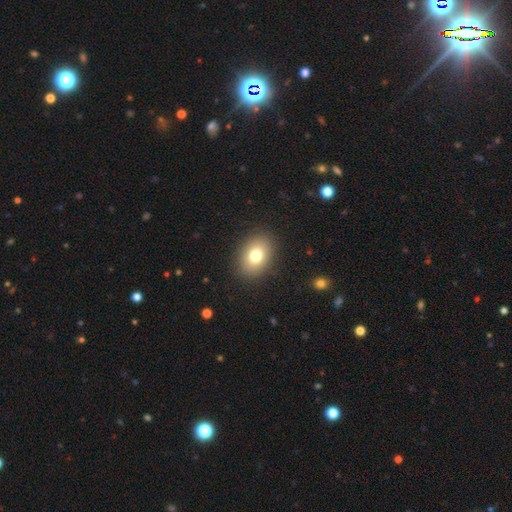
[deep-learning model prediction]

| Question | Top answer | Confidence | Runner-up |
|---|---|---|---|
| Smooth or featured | smooth | 77% | featured or disk (13%) |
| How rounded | in between | 72% | round (27%) |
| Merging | none | 88% | minor disturbance (8%) |